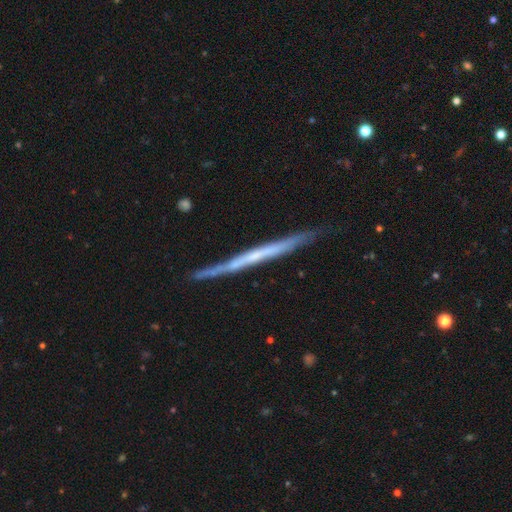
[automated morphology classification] Q: Smooth or featured?
A: featured or disk (66%); runner-up: smooth (28%)
Q: Edge-on disk?
A: yes (96%); runner-up: no (4%)
Q: Edge-on bulge?
A: none (82%); runner-up: rounded (13%)
Q: Merging?
A: none (85%); runner-up: minor disturbance (12%)